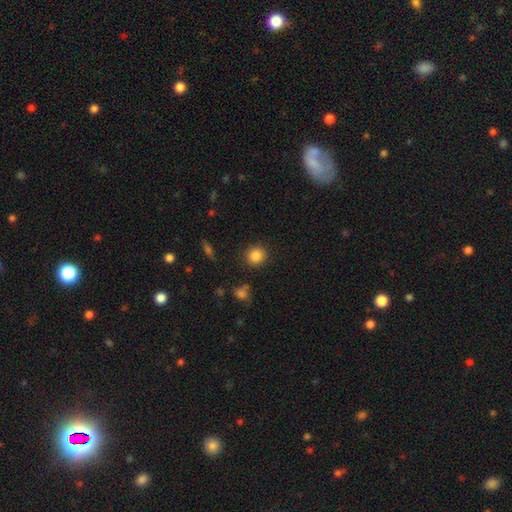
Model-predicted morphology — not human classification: Smooth or featured?
  - smooth: 85% *
  - star or artifact: 10%
  - featured or disk: 5%
How rounded?
  - round: 90% *
  - in between: 9%
  - cigar-shaped: 1%
Merging?
  - none: 89% *
  - minor disturbance: 6%
  - major disturbance: 2%
  - merger: 2%